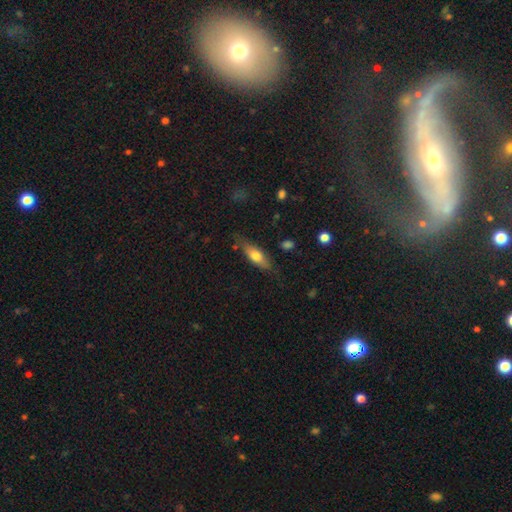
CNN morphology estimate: Smooth or featured?
  - smooth: 65% *
  - featured or disk: 29%
  - star or artifact: 6%
How rounded?
  - in between: 58% *
  - cigar-shaped: 39%
  - round: 3%
Merging?
  - none: 71% *
  - minor disturbance: 22%
  - major disturbance: 5%
  - merger: 2%